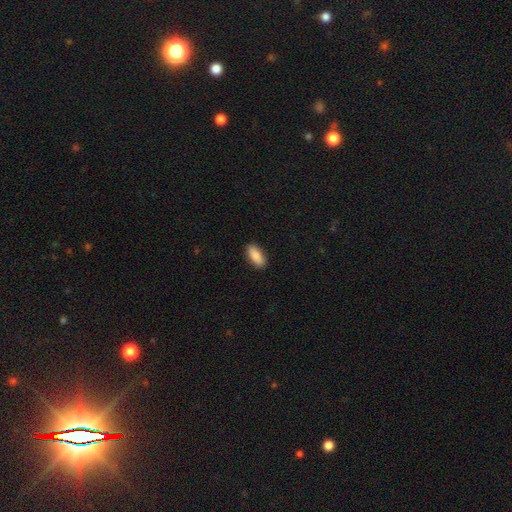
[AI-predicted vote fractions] Overall: smooth (89%). How rounded: in between (87%). Merging: none (90%).